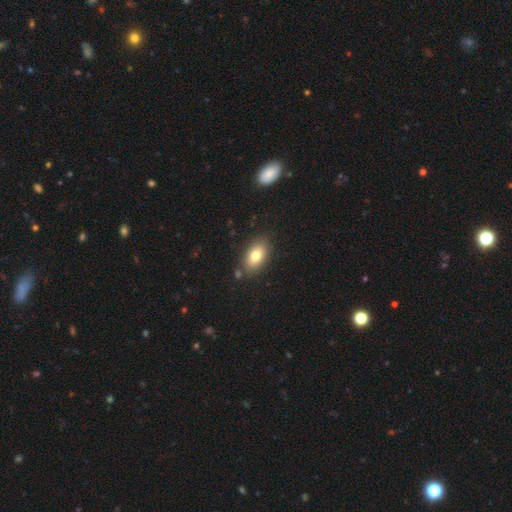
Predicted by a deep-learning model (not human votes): Morphology: type=smooth (79%); roundness=in between (89%); merging=none (81%).